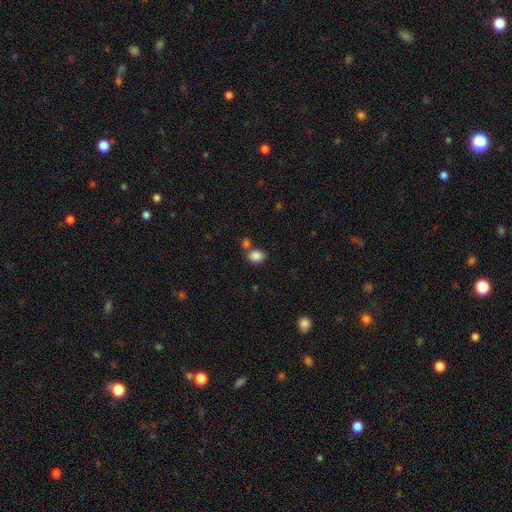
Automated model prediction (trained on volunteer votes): Smooth or featured? Predicted: smooth (p=0.86). How rounded? Predicted: in between (p=0.65). Merging? Predicted: none (p=0.61).